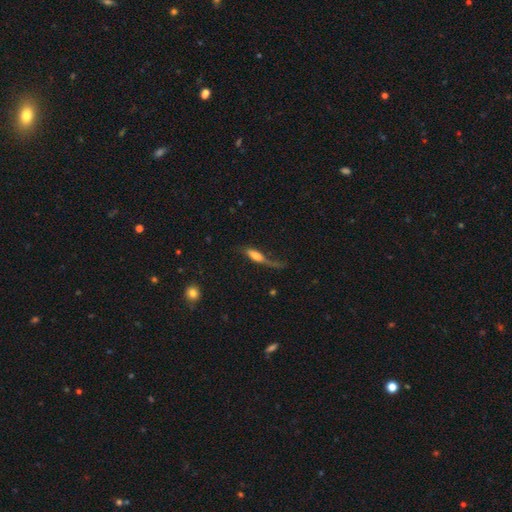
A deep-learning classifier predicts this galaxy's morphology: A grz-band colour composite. It shows a smooth galaxy with no disk features (54%) that is cigar-shaped (52%). Merging: major disturbance (40%).